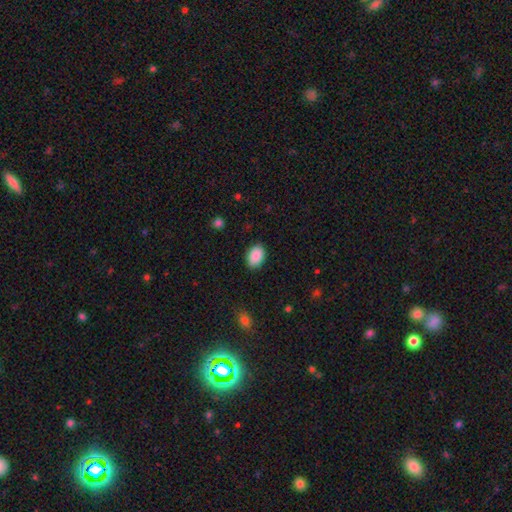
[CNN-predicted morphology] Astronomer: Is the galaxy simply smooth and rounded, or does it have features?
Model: smooth — 90%.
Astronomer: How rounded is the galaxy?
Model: in between — 87%.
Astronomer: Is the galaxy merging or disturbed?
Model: none — 88%.